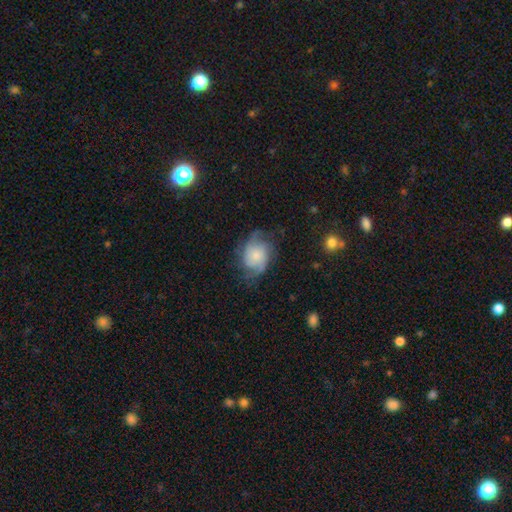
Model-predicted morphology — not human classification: Q: Smooth or featured?
A: featured or disk (68%); runner-up: smooth (25%)
Q: Edge-on disk?
A: no (98%); runner-up: yes (2%)
Q: Bar?
A: no (76%); runner-up: weak (21%)
Q: Spiral arms?
A: yes (92%); runner-up: no (8%)
Q: Spiral winding?
A: medium (46%); runner-up: loose (30%)
Q: Spiral arm count?
A: 2 (63%); runner-up: can't tell (14%)
Q: Bulge size?
A: small (47%); runner-up: moderate (26%)
Q: Merging?
A: none (60%); runner-up: minor disturbance (22%)